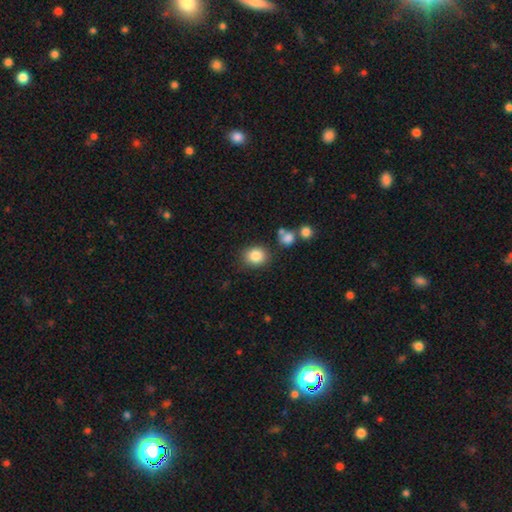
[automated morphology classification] Smooth or featured? Predicted: smooth (p=0.85). How rounded? Predicted: round (p=0.70). Merging? Predicted: none (p=0.81).